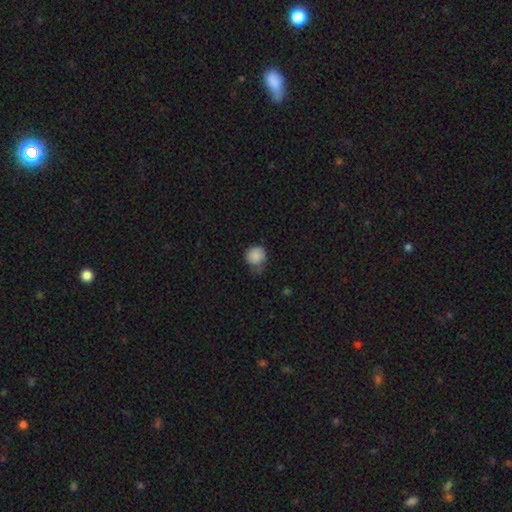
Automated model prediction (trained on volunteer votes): A smooth galaxy with no disk features (85%) that is round (84%).

Vote fractions:
- Smooth or featured? smooth: 85% / star or artifact: 8% / featured or disk: 6%
- How rounded? round: 84% / in between: 15% / cigar-shaped: 1%
- Merging? none: 48% / minor disturbance: 38% / major disturbance: 12% / merger: 3%